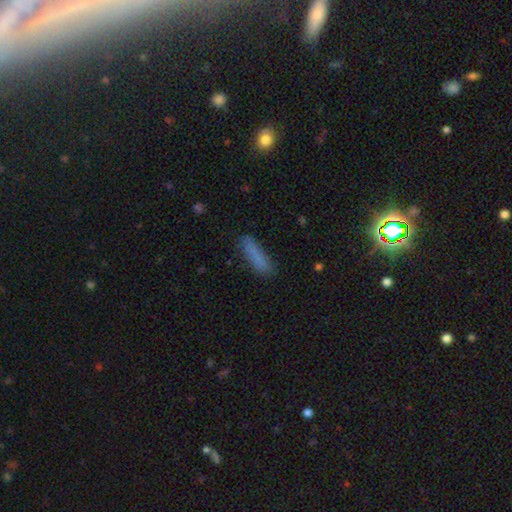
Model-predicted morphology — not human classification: Smooth or featured: smooth — 83% (featured or disk — 9%)
How rounded: cigar-shaped — 77% (in between — 21%)
Merging: none — 81% (minor disturbance — 14%)